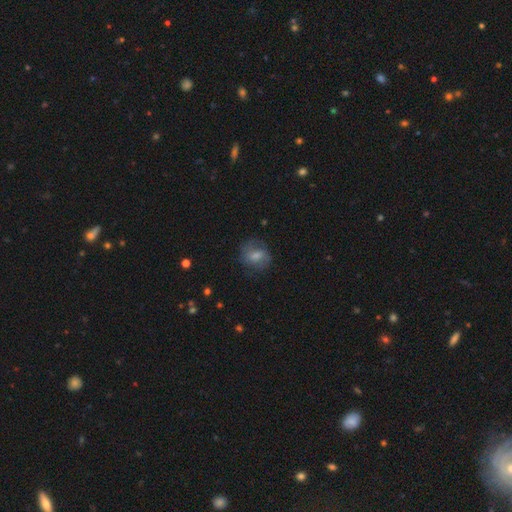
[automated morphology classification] Smooth or featured? smooth (58%)
How rounded? round (54%)
Merging? none (69%)